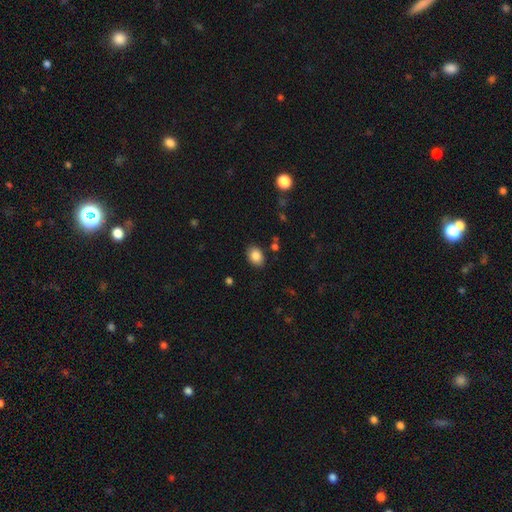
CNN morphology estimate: Overall: smooth (86%). How rounded: in between (73%). Merging: none (86%).